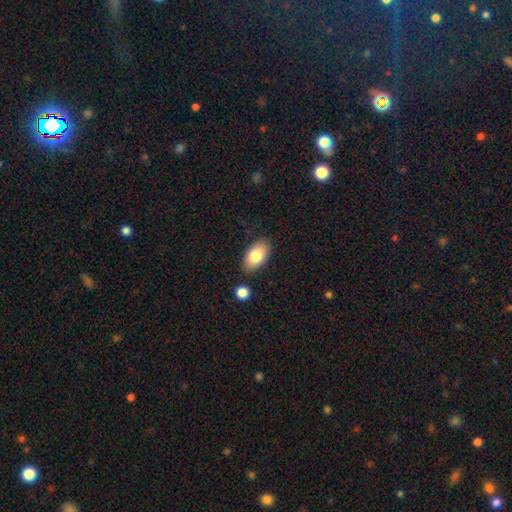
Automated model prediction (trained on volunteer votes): A smooth galaxy with no disk features (83%) that is in between round and cigar-shaped (94%). Merging: none (83%).